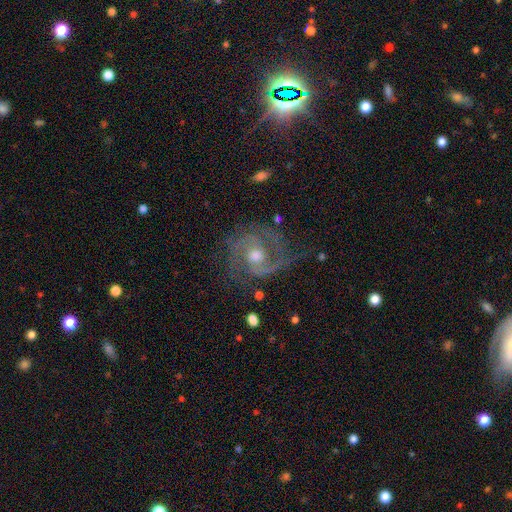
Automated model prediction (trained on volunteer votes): featured or disk 89%, star or artifact 6%, smooth 6%. Down the decision tree: edge-on disk — no (98%); bar — no (61%); spiral arms — yes (97%); spiral arm count — 2 (74%); spiral winding — medium (49%); bulge size — moderate (72%); merging — none (68%).